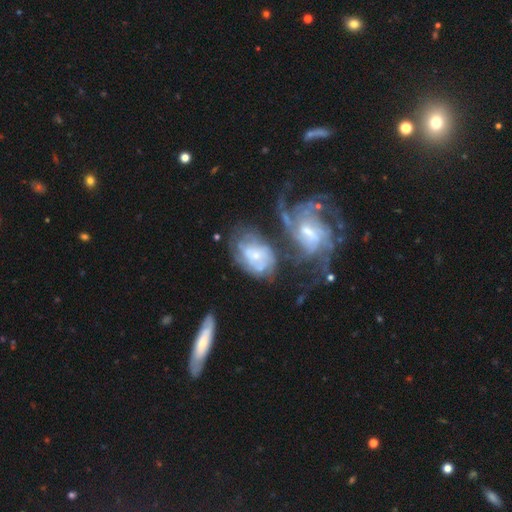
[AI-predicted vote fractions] Smooth or featured?
  - featured or disk: 68% *
  - smooth: 24%
  - star or artifact: 8%
Edge-on disk?
  - no: 96% *
  - yes: 4%
Bar?
  - no: 70% *
  - weak: 23%
  - strong: 6%
Spiral arms?
  - yes: 70% *
  - no: 30%
Bulge size?
  - small: 58% *
  - moderate: 30%
  - none: 7%
  - large: 4%
  - dominant: 2%
Merging?
  - merger: 45% *
  - none: 26%
  - major disturbance: 15%
  - minor disturbance: 15%